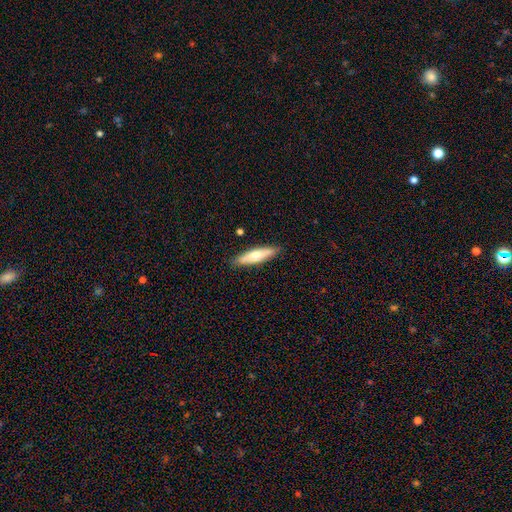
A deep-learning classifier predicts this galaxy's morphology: Smooth or featured? smooth (59%)
How rounded? cigar-shaped (70%)
Merging? none (88%)